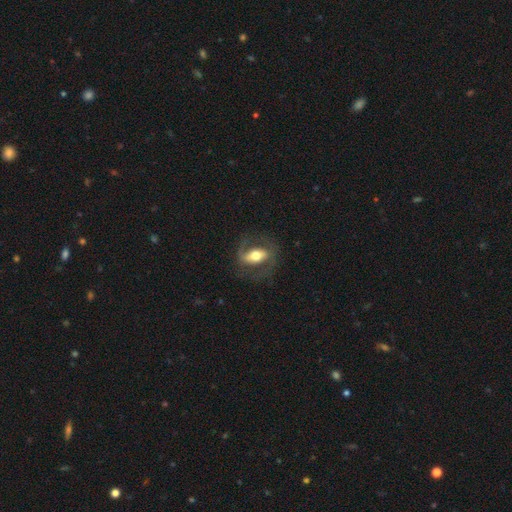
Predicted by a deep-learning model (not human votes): Smooth or featured?
  - featured or disk: 64% *
  - smooth: 30%
  - star or artifact: 6%
Edge-on disk?
  - no: 91% *
  - yes: 9%
Bar?
  - strong: 43% *
  - weak: 29%
  - no: 28%
Spiral arms?
  - yes: 73% *
  - no: 27%
Bulge size?
  - moderate: 62% *
  - large: 25%
  - small: 10%
  - dominant: 3%
  - none: 1%
Merging?
  - none: 69% *
  - minor disturbance: 16%
  - major disturbance: 14%
  - merger: 1%